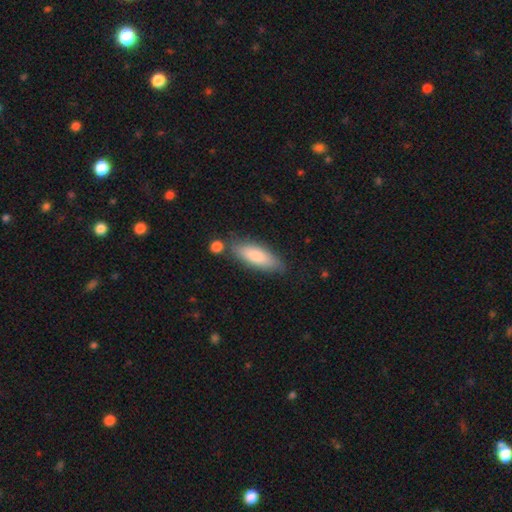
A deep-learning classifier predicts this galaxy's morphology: smooth 76%, featured or disk 17%, star or artifact 8%. Down the decision tree: how rounded — in between (57%); merging — none (80%).